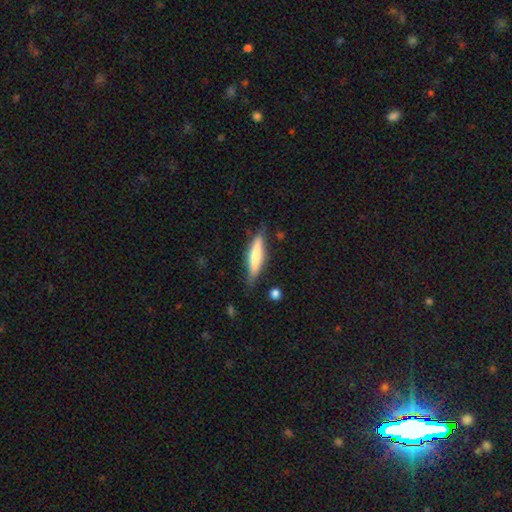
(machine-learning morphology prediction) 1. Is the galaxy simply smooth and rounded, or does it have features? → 57% smooth, 37% featured or disk, 6% star or artifact.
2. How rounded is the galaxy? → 83% cigar-shaped, 15% in between, 1% round.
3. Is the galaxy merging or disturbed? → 78% none, 16% minor disturbance, 3% major disturbance, 2% merger.